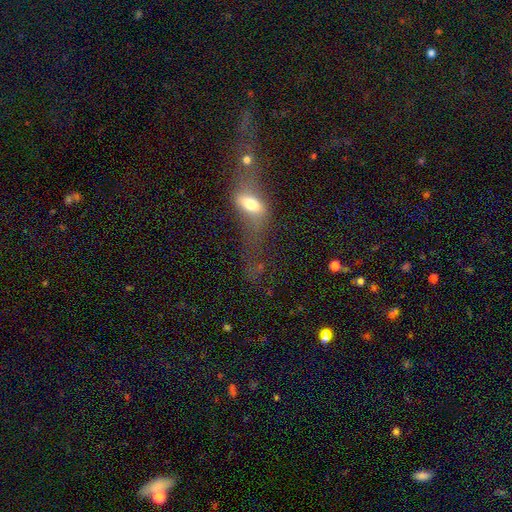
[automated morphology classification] This is possibly a featured or disk galaxy (45%). Merging: possibly none (47%).